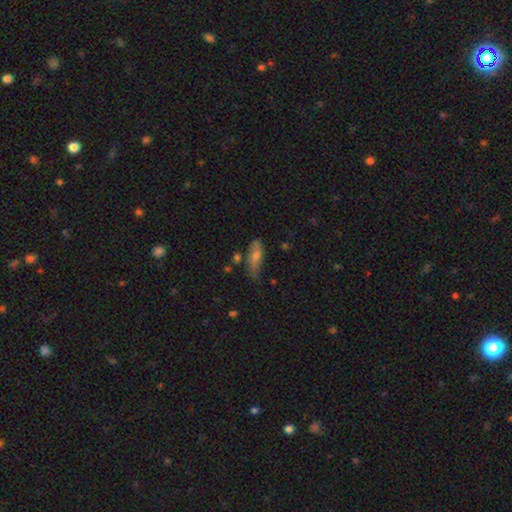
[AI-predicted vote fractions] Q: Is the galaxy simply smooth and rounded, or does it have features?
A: smooth — 57%.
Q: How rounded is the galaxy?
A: cigar-shaped — 49%.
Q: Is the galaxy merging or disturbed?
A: none — 62%.